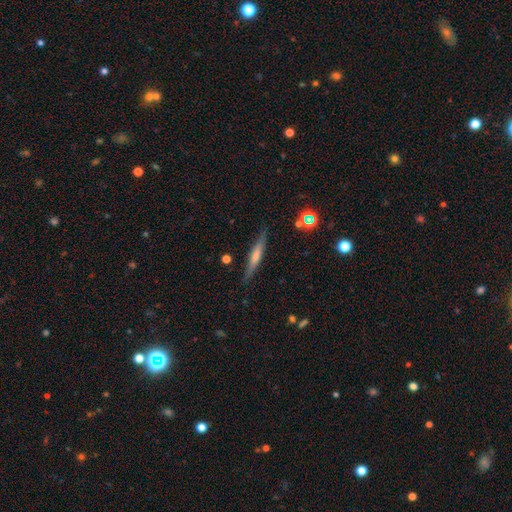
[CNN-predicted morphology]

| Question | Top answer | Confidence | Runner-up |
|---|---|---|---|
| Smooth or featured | smooth | 49% | featured or disk (43%) |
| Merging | none | 87% | minor disturbance (10%) |